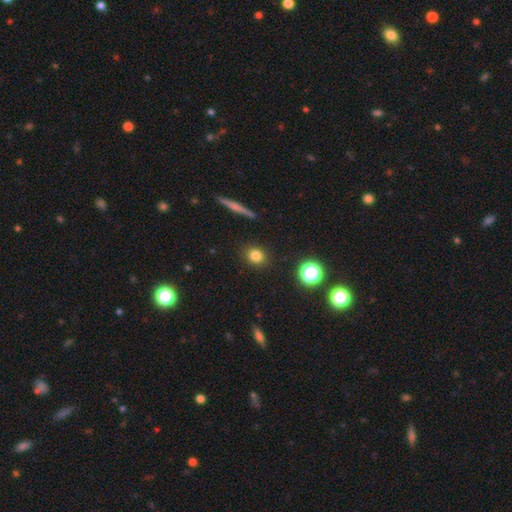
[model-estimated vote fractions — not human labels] A smooth galaxy with no disk features (80%) that is round (78%). Merging: none (89%).